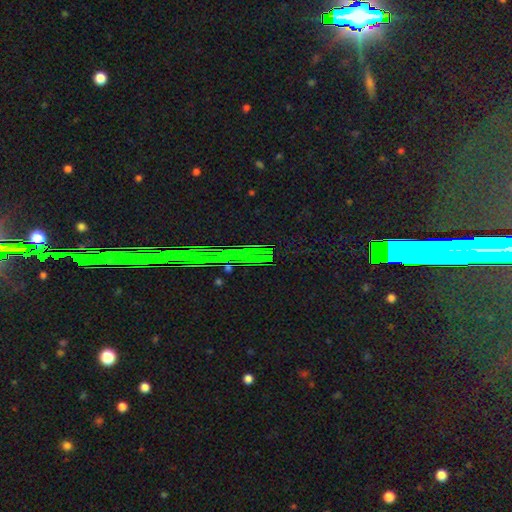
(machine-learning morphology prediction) Smooth or featured? star or artifact (80%)